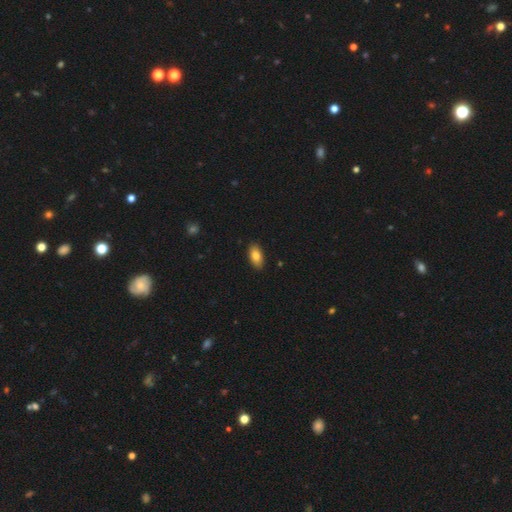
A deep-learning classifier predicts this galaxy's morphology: Overall: smooth (82%). How rounded: in between (92%). Merging: none (88%).